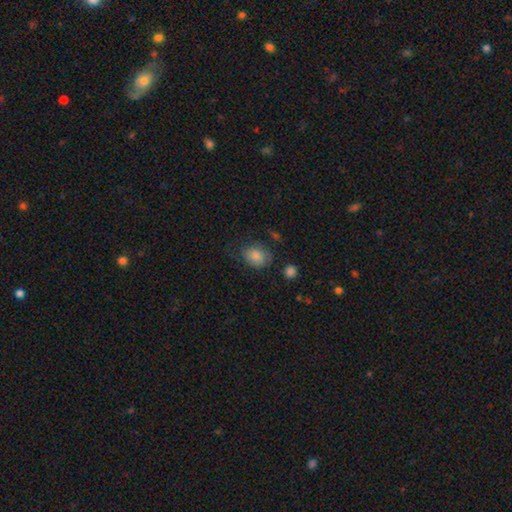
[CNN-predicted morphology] Smooth or featured?
  - smooth: 71% *
  - featured or disk: 18%
  - star or artifact: 11%
How rounded?
  - in between: 64% *
  - round: 35%
  - cigar-shaped: 1%
Merging?
  - none: 62% *
  - minor disturbance: 24%
  - major disturbance: 11%
  - merger: 3%